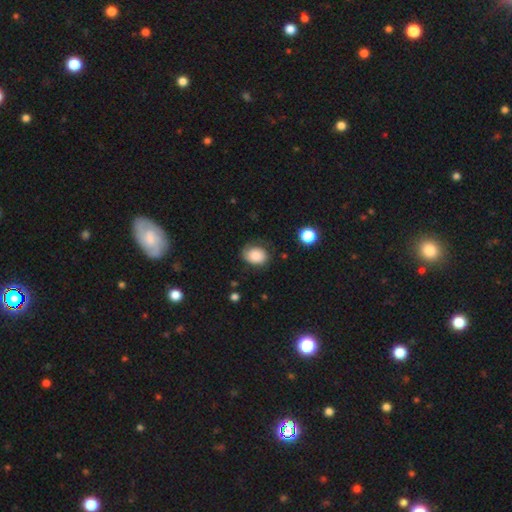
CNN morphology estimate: Overall: smooth (78%). How rounded: in between (58%; round 41%). Merging: none (65%).